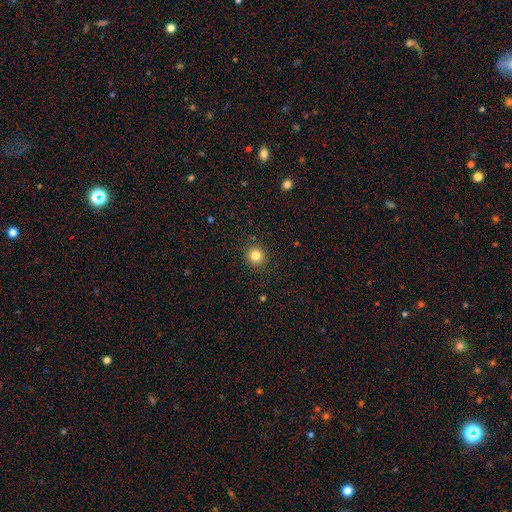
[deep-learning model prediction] Smooth or featured? smooth (83%)
How rounded? round (93%)
Merging? none (91%)